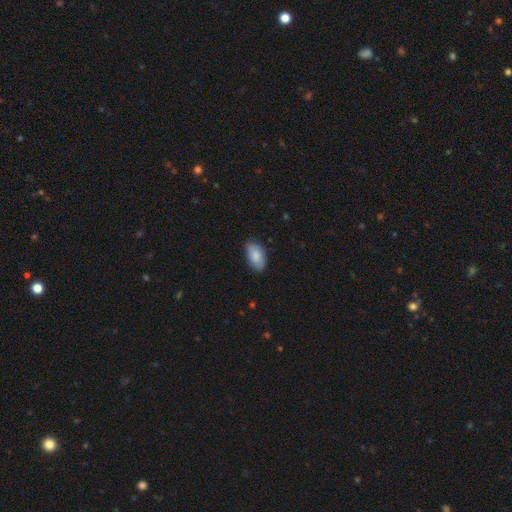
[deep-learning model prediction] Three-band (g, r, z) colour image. It shows a smooth galaxy with no disk features (86%) that is in between round and cigar-shaped (94%). Merging: none (76%).